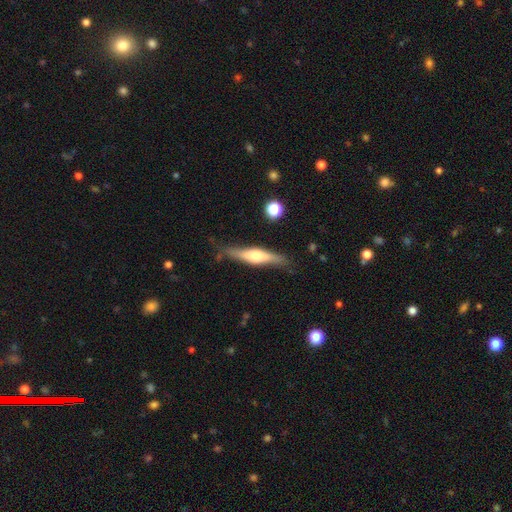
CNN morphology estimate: Smooth or featured?
  - featured or disk: 58% *
  - smooth: 37%
  - star or artifact: 6%
Edge-on disk?
  - yes: 93% *
  - no: 7%
Edge-on bulge?
  - rounded: 88% *
  - boxy: 8%
  - none: 5%
Merging?
  - none: 80% *
  - minor disturbance: 15%
  - major disturbance: 3%
  - merger: 2%